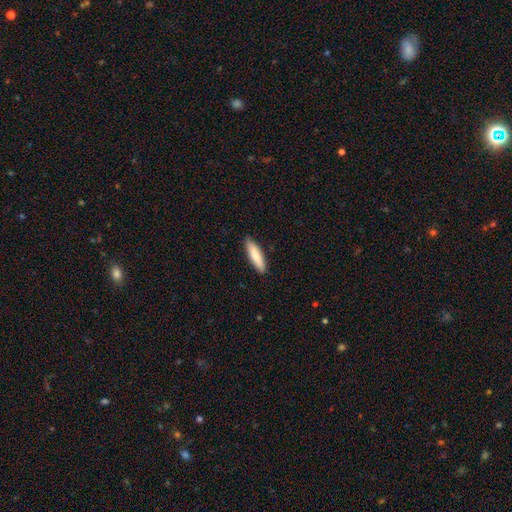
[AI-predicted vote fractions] Smooth or featured? Predicted: smooth (p=0.84). How rounded? Predicted: cigar-shaped (p=0.68). Merging? Predicted: none (p=0.88).